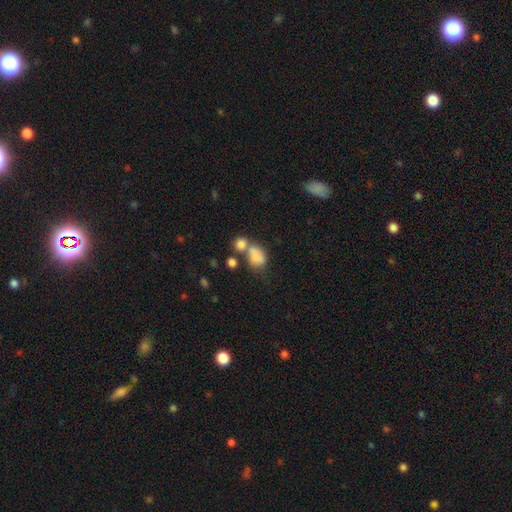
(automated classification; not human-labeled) The model was most divided on "merging": merger: 52%, none: 27%, minor disturbance: 13%, major disturbance: 9%. More confident: smooth or featured — smooth (74%); how rounded — in between (64%).